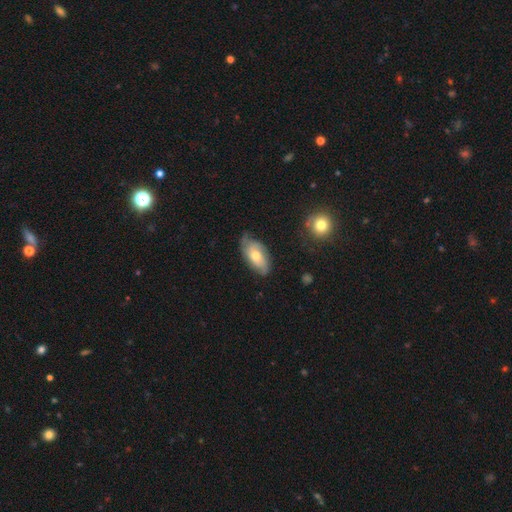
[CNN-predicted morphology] Smooth or featured? Predicted: featured or disk (p=0.47). Merging? Predicted: none (p=0.60).